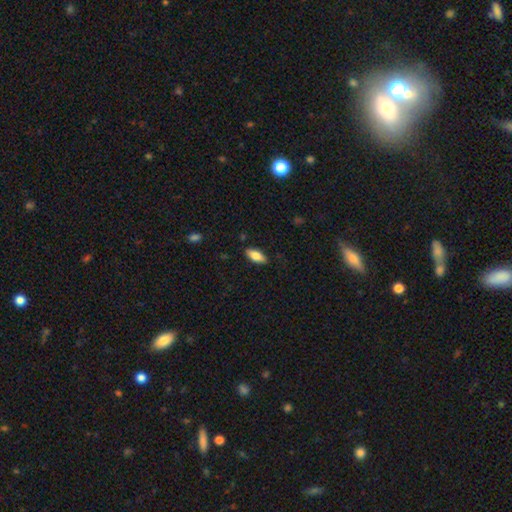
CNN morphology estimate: Smooth or featured? smooth (78%)
How rounded? in between (83%)
Merging? none (86%)